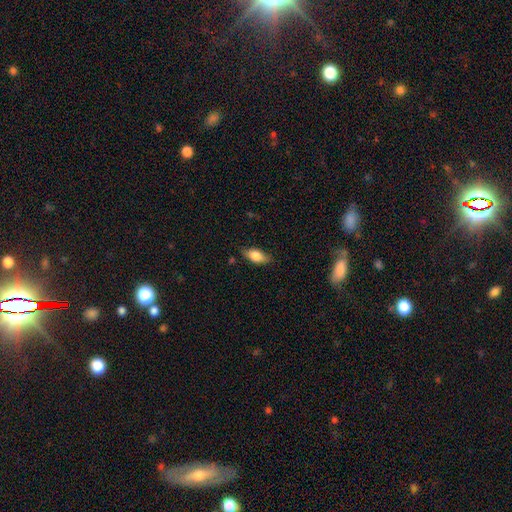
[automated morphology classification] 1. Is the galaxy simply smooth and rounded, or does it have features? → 78% smooth, 14% featured or disk, 7% star or artifact.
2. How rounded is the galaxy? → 86% in between, 9% cigar-shaped, 5% round.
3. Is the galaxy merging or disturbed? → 74% none, 21% minor disturbance, 4% major disturbance, 2% merger.